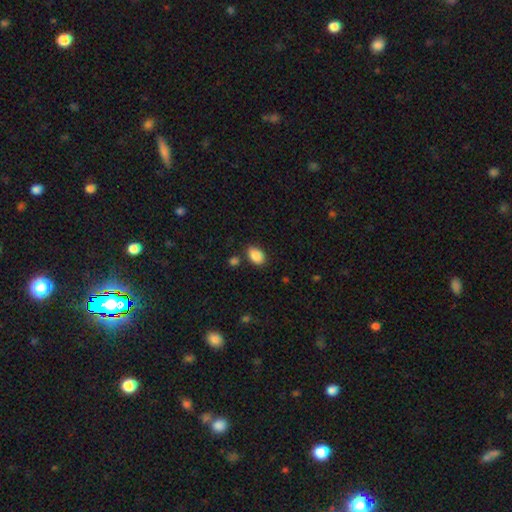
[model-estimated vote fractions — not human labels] Overall: smooth (89%). How rounded: in between (84%). Merging: none (79%).